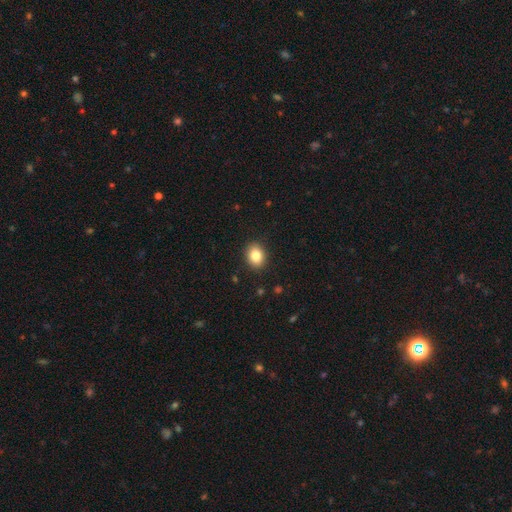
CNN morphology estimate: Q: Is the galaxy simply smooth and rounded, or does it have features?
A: smooth — 84%.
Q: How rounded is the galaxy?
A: in between — 55%.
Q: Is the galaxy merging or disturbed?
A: none — 90%.